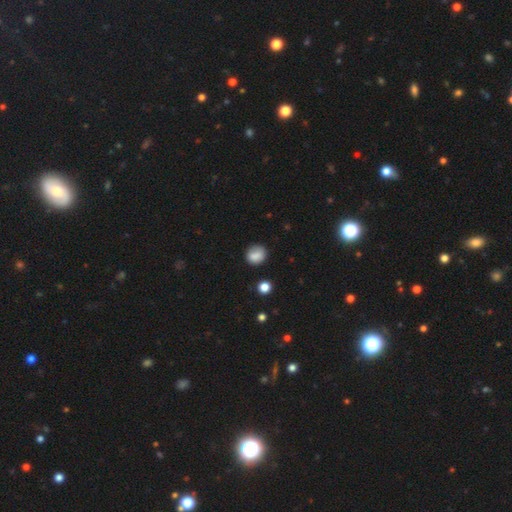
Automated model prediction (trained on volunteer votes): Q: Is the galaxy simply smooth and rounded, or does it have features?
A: smooth — 84%.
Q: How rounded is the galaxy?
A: round — 75%.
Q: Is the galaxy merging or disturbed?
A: none — 79%.